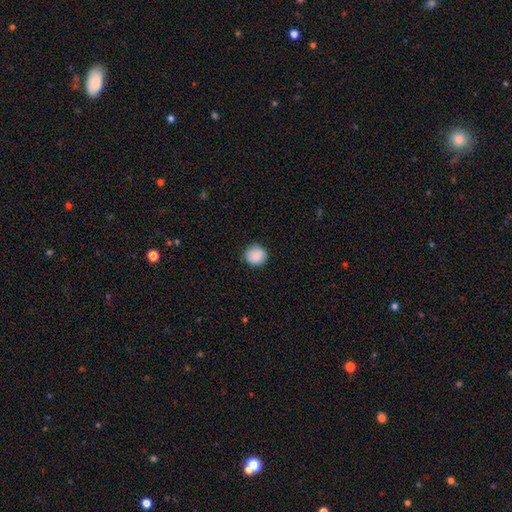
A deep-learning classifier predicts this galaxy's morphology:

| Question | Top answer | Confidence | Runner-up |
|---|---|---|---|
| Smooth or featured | smooth | 89% | star or artifact (8%) |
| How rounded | round | 92% | in between (7%) |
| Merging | none | 88% | minor disturbance (9%) |